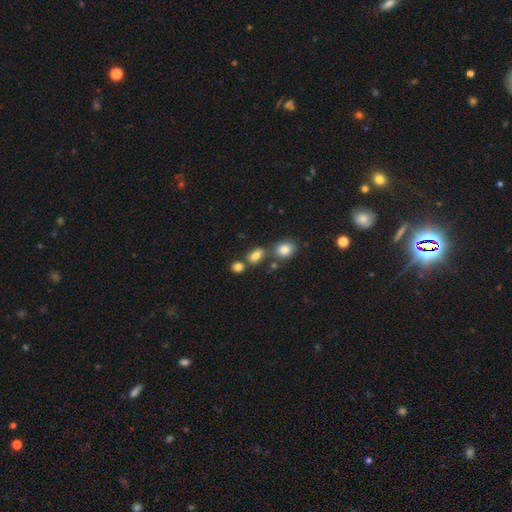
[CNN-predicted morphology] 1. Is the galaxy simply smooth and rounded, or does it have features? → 80% smooth, 11% star or artifact, 9% featured or disk.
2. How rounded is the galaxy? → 75% in between, 22% round, 3% cigar-shaped.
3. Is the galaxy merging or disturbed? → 62% none, 21% merger, 13% minor disturbance, 4% major disturbance.